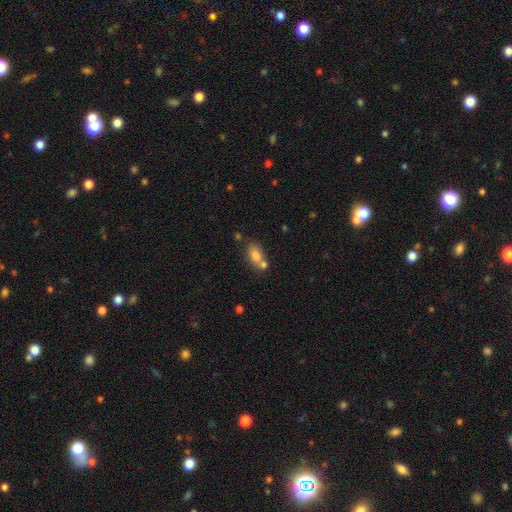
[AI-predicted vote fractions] The model was most divided on "merging": none: 45%, merger: 37%, minor disturbance: 13%, major disturbance: 5%. More confident: how rounded — in between (83%); smooth or featured — smooth (79%).